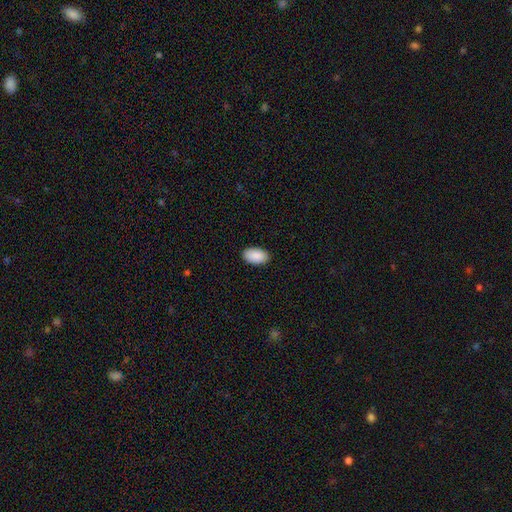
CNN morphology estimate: type=smooth (91%); roundness=in between (95%); merging=none (89%).